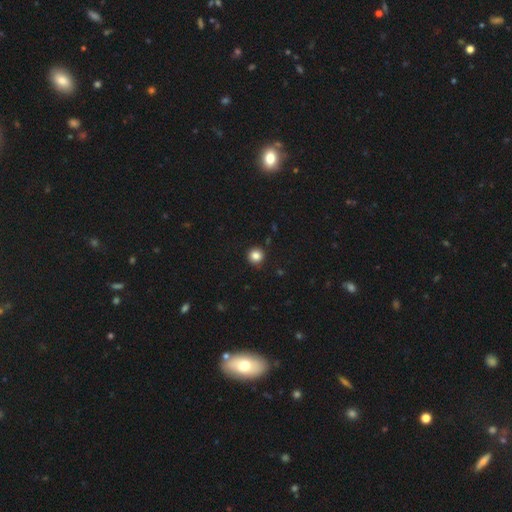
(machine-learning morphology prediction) A smooth galaxy with no disk features (84%) that is round (94%). Merging: none (90%).